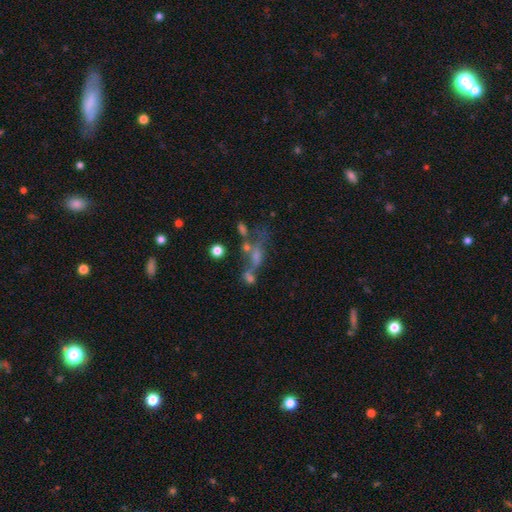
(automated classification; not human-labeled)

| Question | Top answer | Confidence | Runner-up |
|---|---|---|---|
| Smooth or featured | star or artifact | 36% | featured or disk (34%) |